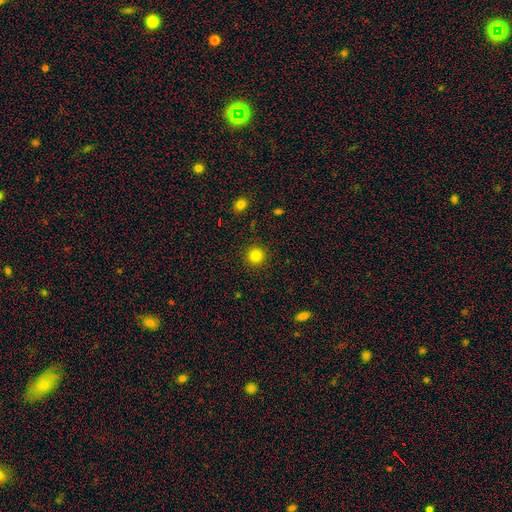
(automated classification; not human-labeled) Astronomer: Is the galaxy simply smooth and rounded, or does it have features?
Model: smooth — 82%.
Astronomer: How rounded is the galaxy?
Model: round — 95%.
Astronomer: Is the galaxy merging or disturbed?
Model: none — 92%.